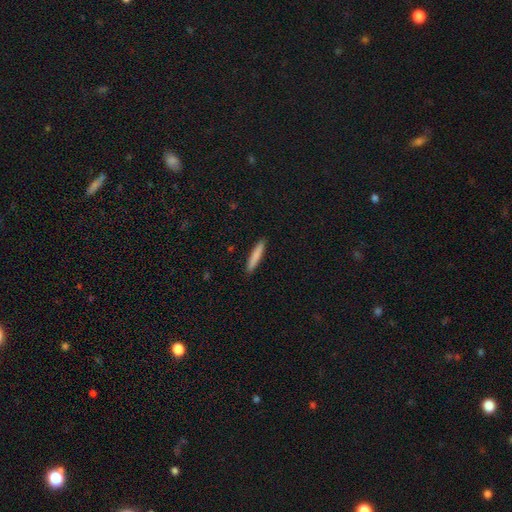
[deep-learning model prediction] Smooth or featured: smooth — 82% (featured or disk — 12%)
How rounded: cigar-shaped — 93% (in between — 6%)
Merging: none — 91% (minor disturbance — 6%)